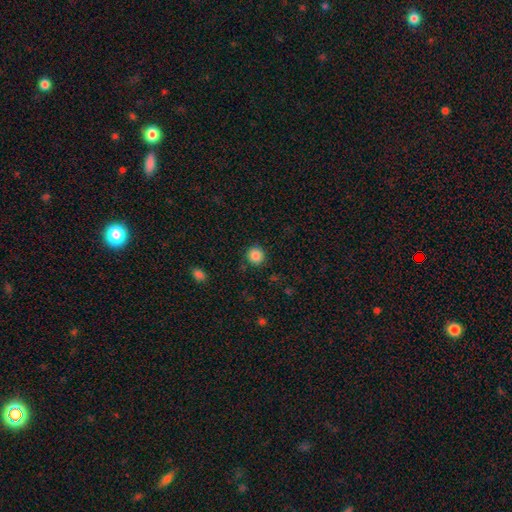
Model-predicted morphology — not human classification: smooth-or-featured: smooth: 86% | star or artifact: 10% | featured or disk: 4%
  how-rounded: round: 93% | in between: 6% | cigar-shaped: 1%
  merging: none: 89% | minor disturbance: 7% | major disturbance: 2% | merger: 2%